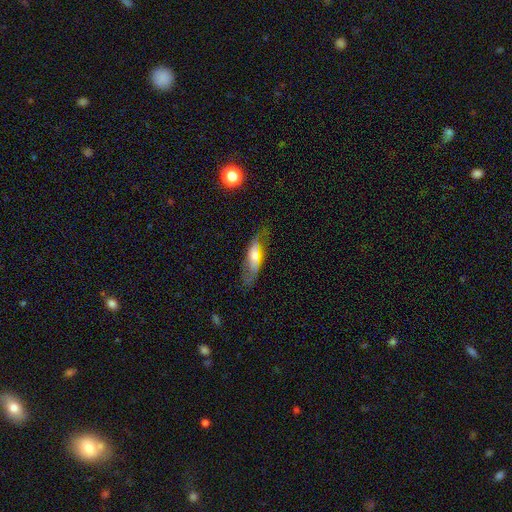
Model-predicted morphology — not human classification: smooth_or_featured: featured or disk (p=0.48) [alt: smooth p=0.44]
merging: none (p=0.65) [alt: minor disturbance p=0.23]